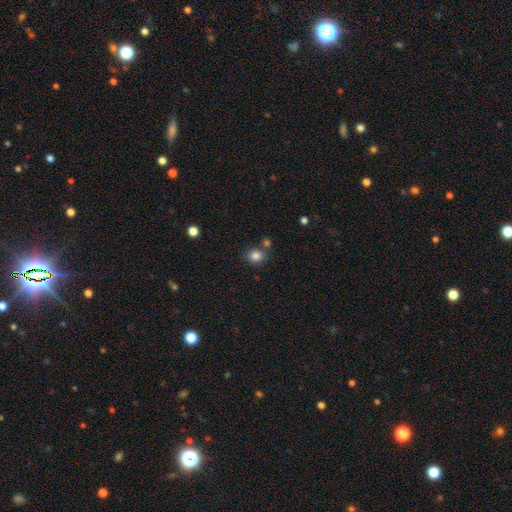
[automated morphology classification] smooth_or_featured: smooth (p=0.83) [alt: star or artifact p=0.11]
how_rounded: round (p=0.74) [alt: in between p=0.25]
merging: none (p=0.70) [alt: merger p=0.15]